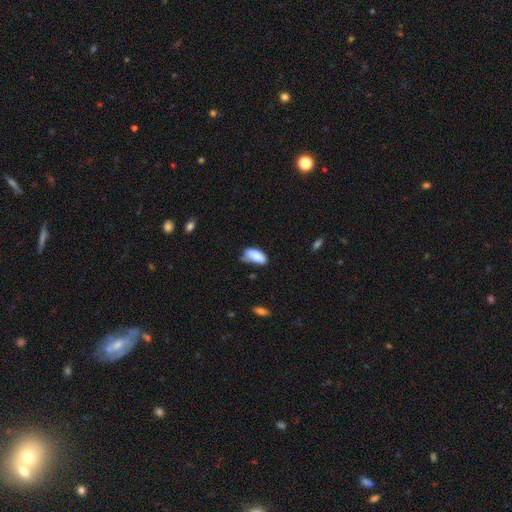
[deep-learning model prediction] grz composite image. It shows a smooth galaxy with no disk features (87%) that is in between round and cigar-shaped (92%). Merging: none (47%).